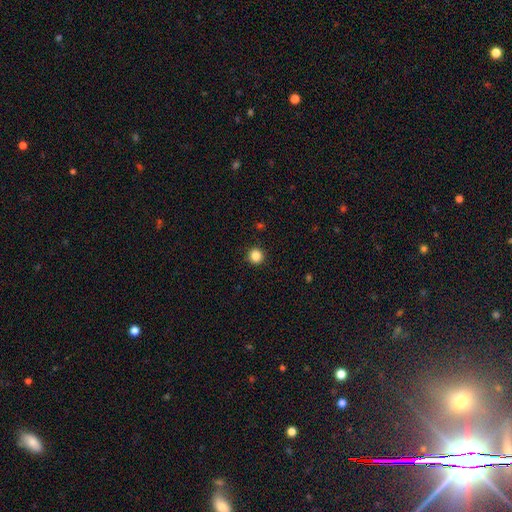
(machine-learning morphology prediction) A smooth galaxy with no disk features (85%) that is round (94%).

Vote fractions:
- Smooth or featured? smooth: 85% / star or artifact: 11% / featured or disk: 4%
- How rounded? round: 94% / in between: 5% / cigar-shaped: 1%
- Merging? none: 92% / minor disturbance: 5% / major disturbance: 2% / merger: 1%